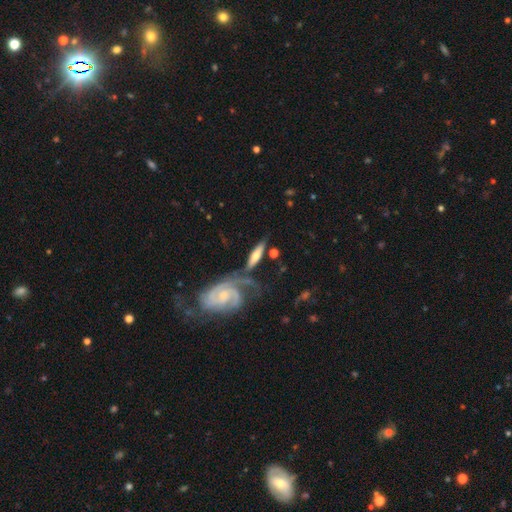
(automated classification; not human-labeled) The model was most divided on "edge-on disk": yes: 59%, no: 41%. More confident: smooth or featured — featured or disk (58%); merging — none (53%).